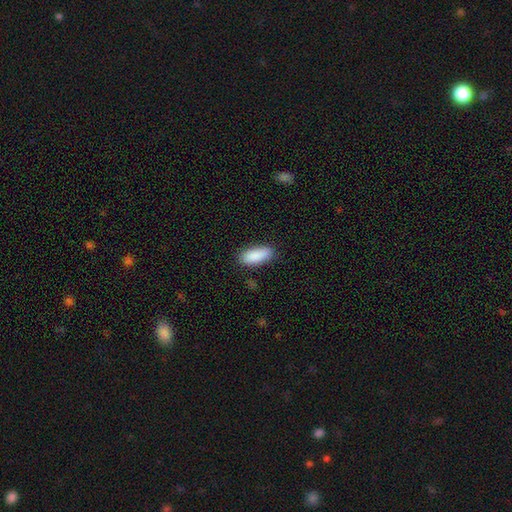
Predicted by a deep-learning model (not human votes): Smooth or featured?
  - smooth: 89% *
  - star or artifact: 6%
  - featured or disk: 5%
How rounded?
  - in between: 79% *
  - cigar-shaped: 19%
  - round: 2%
Merging?
  - none: 83% *
  - minor disturbance: 13%
  - major disturbance: 3%
  - merger: 1%